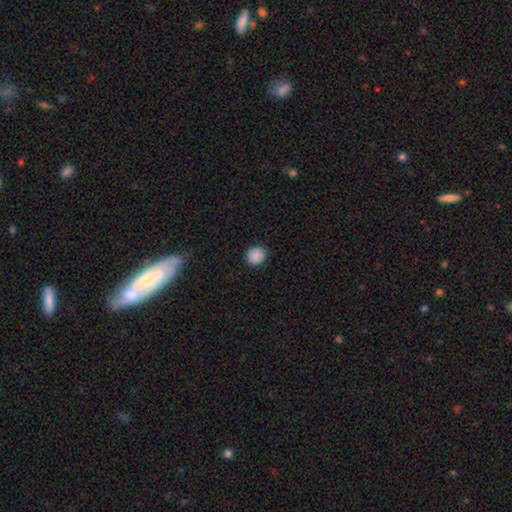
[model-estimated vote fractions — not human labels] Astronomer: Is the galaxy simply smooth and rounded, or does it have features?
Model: smooth — 88%.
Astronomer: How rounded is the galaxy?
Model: round — 78%.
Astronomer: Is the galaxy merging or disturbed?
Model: none — 90%.